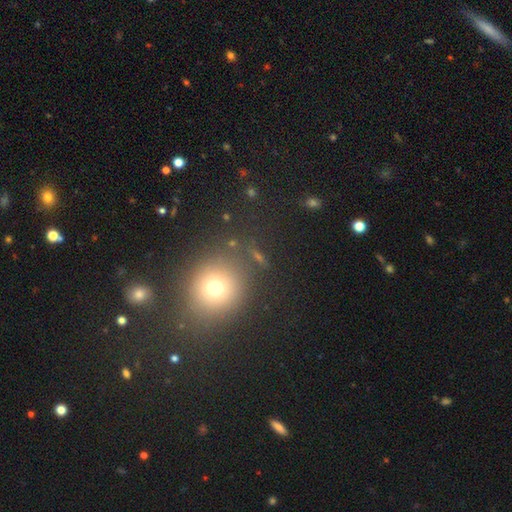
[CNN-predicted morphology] smooth 55%, star or artifact 33%, featured or disk 12%. Down the decision tree: how rounded — round (75%); merging — none (78%).